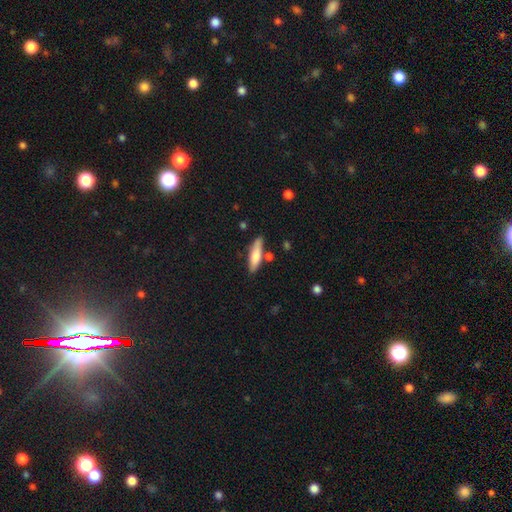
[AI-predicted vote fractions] Smooth or featured: smooth — 71% (featured or disk — 22%)
How rounded: cigar-shaped — 64% (in between — 34%)
Merging: none — 74% (minor disturbance — 15%)